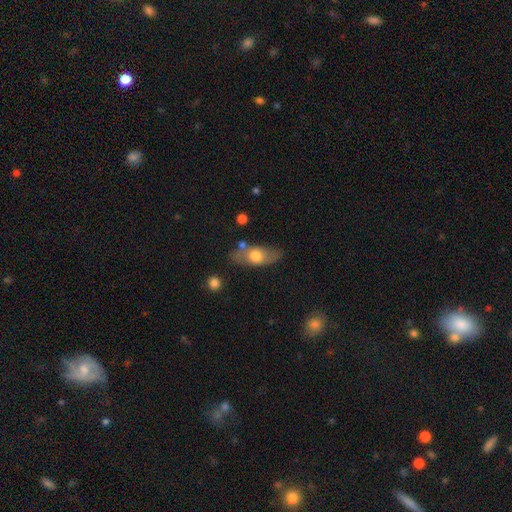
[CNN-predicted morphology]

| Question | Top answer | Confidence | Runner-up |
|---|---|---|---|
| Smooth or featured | smooth | 63% | featured or disk (31%) |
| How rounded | in between | 79% | cigar-shaped (14%) |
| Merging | none | 71% | minor disturbance (17%) |